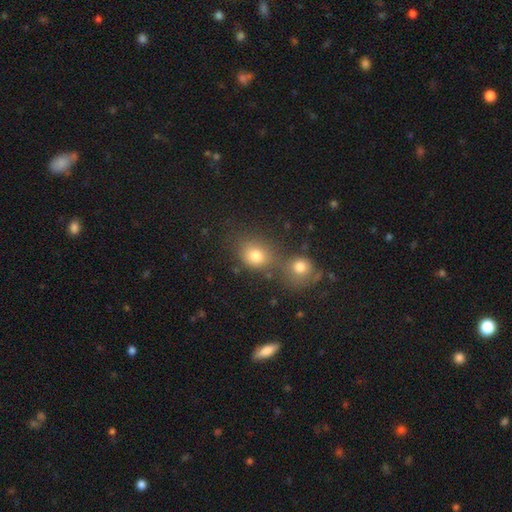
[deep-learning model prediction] A smooth galaxy with no disk features (78%) that is round (71%). Merging: none (45%).